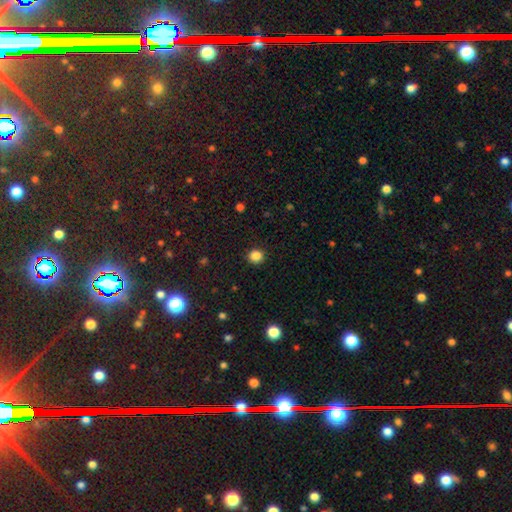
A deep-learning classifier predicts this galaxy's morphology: This appears to be a smooth galaxy with no disk features (85%) that is round (88%). Merging: none (91%).